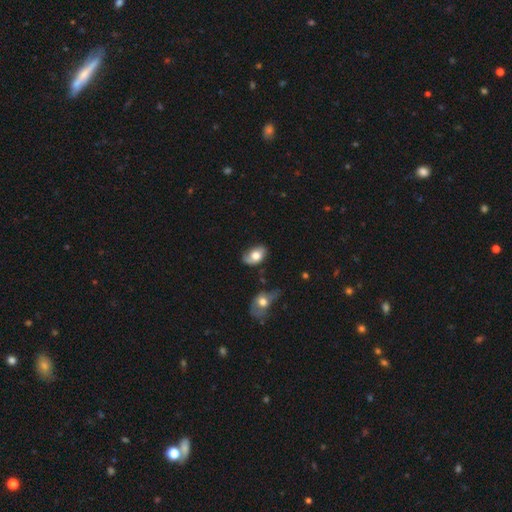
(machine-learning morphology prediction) Q: Smooth or featured?
A: smooth (59%); runner-up: featured or disk (34%)
Q: How rounded?
A: in between (85%); runner-up: round (14%)
Q: Merging?
A: none (53%); runner-up: minor disturbance (30%)